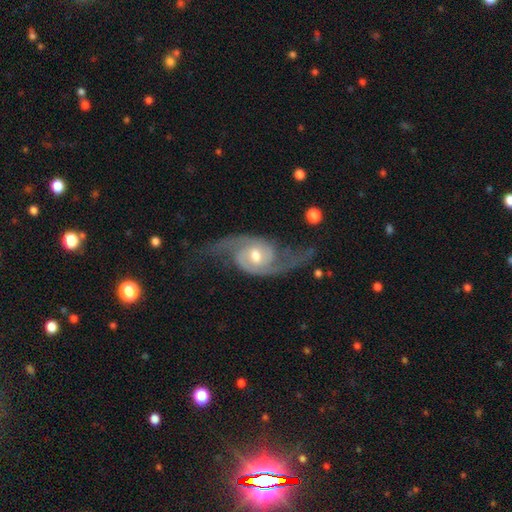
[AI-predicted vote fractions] Q: Smooth or featured?
A: featured or disk (91%); runner-up: smooth (5%)
Q: Edge-on disk?
A: no (96%); runner-up: yes (4%)
Q: Bar?
A: no (48%); runner-up: weak (41%)
Q: Spiral arms?
A: yes (97%); runner-up: no (3%)
Q: Spiral winding?
A: loose (58%); runner-up: medium (31%)
Q: Spiral arm count?
A: 2 (94%); runner-up: can't tell (2%)
Q: Bulge size?
A: moderate (71%); runner-up: small (21%)
Q: Merging?
A: none (69%); runner-up: minor disturbance (16%)